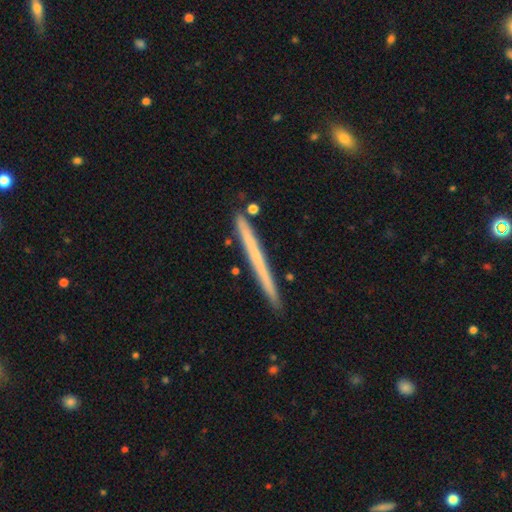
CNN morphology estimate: Overall: featured or disk (47%, tied with smooth). Merging: none (90%).